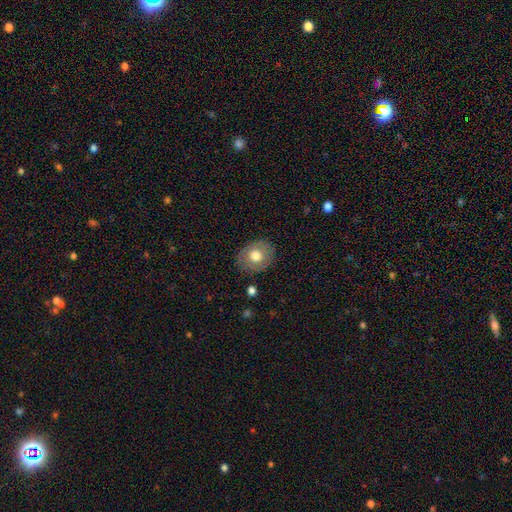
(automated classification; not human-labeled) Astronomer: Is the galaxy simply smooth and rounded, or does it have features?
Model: smooth — 69%.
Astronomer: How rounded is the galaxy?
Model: round — 61% (runner-up: in between, 38%).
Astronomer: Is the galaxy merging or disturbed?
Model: none — 84%.